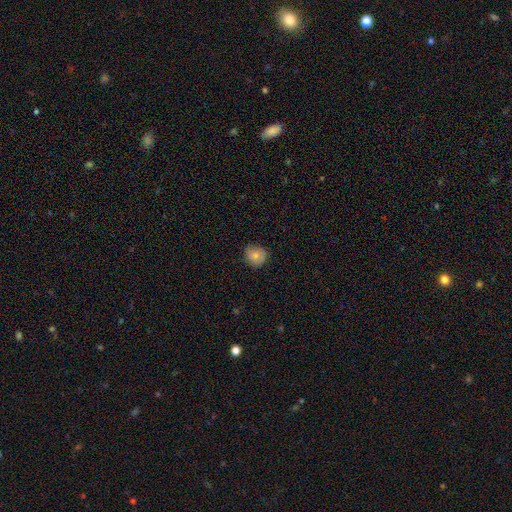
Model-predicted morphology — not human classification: Smooth or featured?
  - smooth: 74% *
  - featured or disk: 18%
  - star or artifact: 8%
How rounded?
  - round: 84% *
  - in between: 15%
  - cigar-shaped: 1%
Merging?
  - none: 75% *
  - minor disturbance: 20%
  - major disturbance: 4%
  - merger: 1%